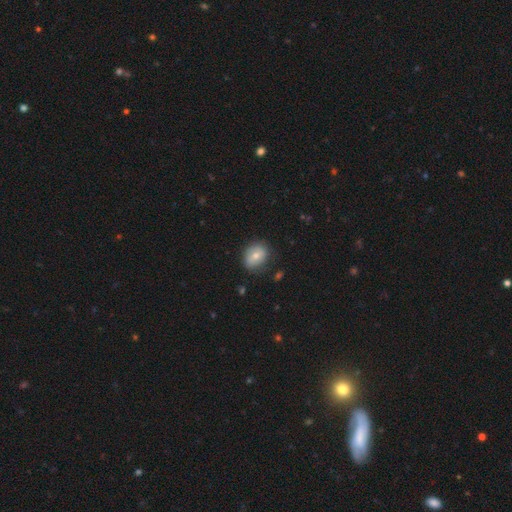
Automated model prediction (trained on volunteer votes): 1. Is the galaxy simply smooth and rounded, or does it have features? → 66% smooth, 25% featured or disk, 8% star or artifact.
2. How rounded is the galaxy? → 55% in between, 44% round, 1% cigar-shaped.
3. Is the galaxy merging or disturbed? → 77% none, 17% minor disturbance, 4% major disturbance, 1% merger.